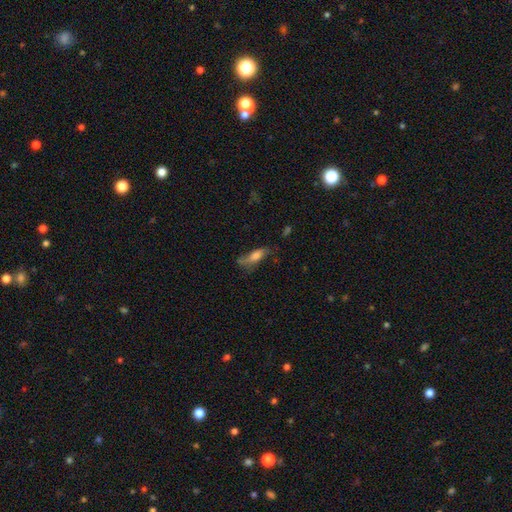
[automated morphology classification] Smooth or featured?
  - smooth: 61% *
  - featured or disk: 31%
  - star or artifact: 9%
How rounded?
  - in between: 55% *
  - cigar-shaped: 42%
  - round: 3%
Merging?
  - none: 52% *
  - minor disturbance: 29%
  - major disturbance: 14%
  - merger: 5%